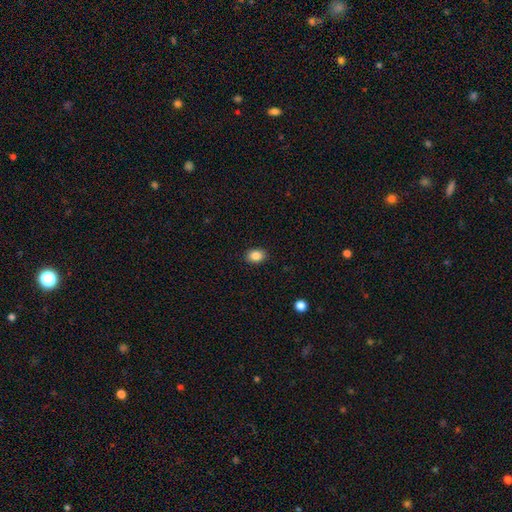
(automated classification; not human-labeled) The model was most divided on "how rounded": in between: 70%, round: 29%, cigar-shaped: 1%. More confident: merging — none (90%); smooth or featured — smooth (86%).